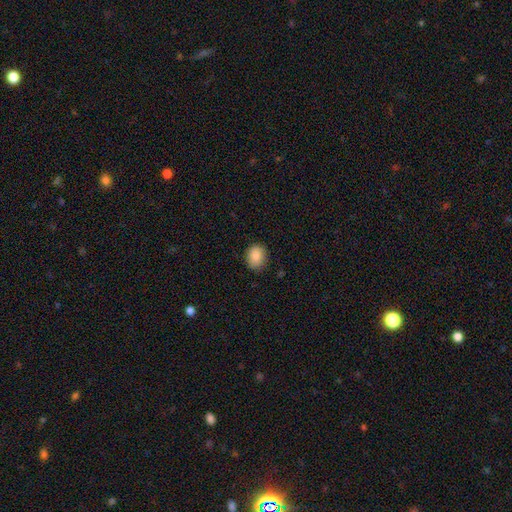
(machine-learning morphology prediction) Smooth or featured?
  - smooth: 88% *
  - star or artifact: 8%
  - featured or disk: 4%
How rounded?
  - in between: 55% *
  - round: 44%
  - cigar-shaped: 1%
Merging?
  - none: 82% *
  - minor disturbance: 14%
  - major disturbance: 3%
  - merger: 1%